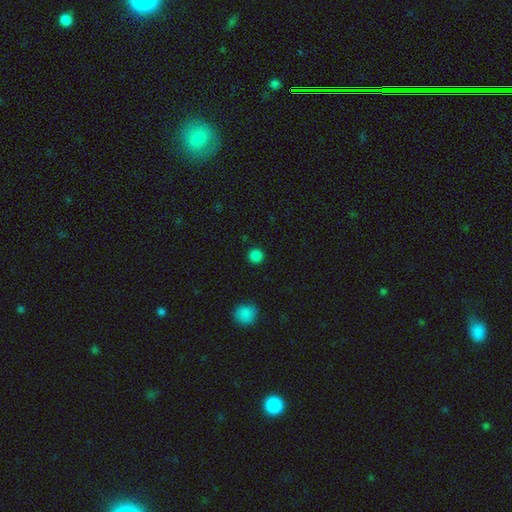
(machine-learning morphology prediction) The model was most divided on "smooth or featured": smooth: 84%, star or artifact: 13%, featured or disk: 3%. More confident: how rounded — round (95%); merging — none (92%).